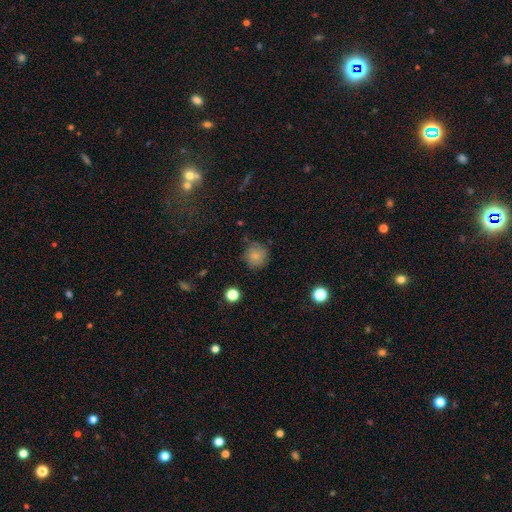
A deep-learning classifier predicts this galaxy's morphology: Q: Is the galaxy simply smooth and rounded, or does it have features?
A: smooth — 78%.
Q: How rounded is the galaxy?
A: round — 90%.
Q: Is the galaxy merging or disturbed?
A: none — 75%.